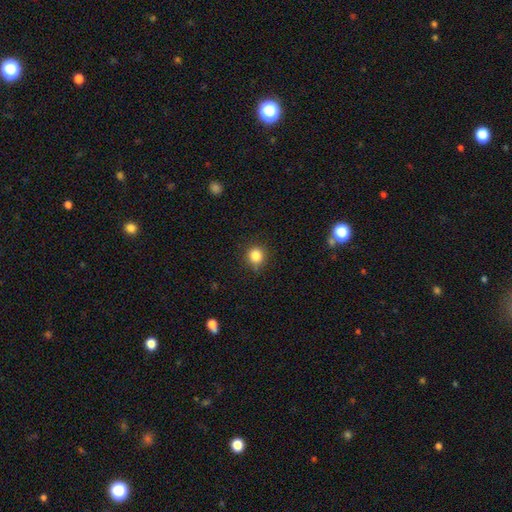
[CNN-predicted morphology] Smooth or featured?
  - smooth: 84% *
  - star or artifact: 12%
  - featured or disk: 4%
How rounded?
  - round: 91% *
  - in between: 8%
  - cigar-shaped: 1%
Merging?
  - none: 84% *
  - minor disturbance: 11%
  - major disturbance: 3%
  - merger: 1%